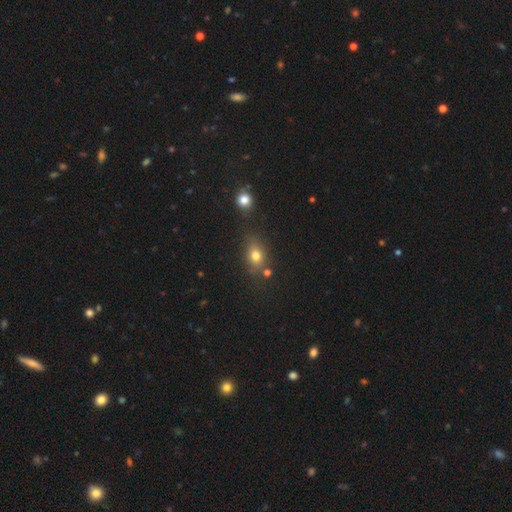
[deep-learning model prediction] Smooth or featured? Predicted: smooth (p=0.74). How rounded? Predicted: in between (p=0.58). Merging? Predicted: none (p=0.67).